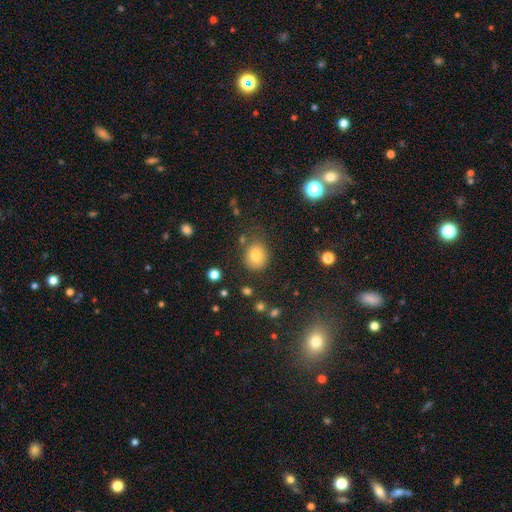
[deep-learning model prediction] Smooth or featured?
  - smooth: 76% *
  - star or artifact: 14%
  - featured or disk: 10%
How rounded?
  - round: 71% *
  - in between: 28%
  - cigar-shaped: 1%
Merging?
  - none: 75% *
  - minor disturbance: 16%
  - major disturbance: 5%
  - merger: 4%